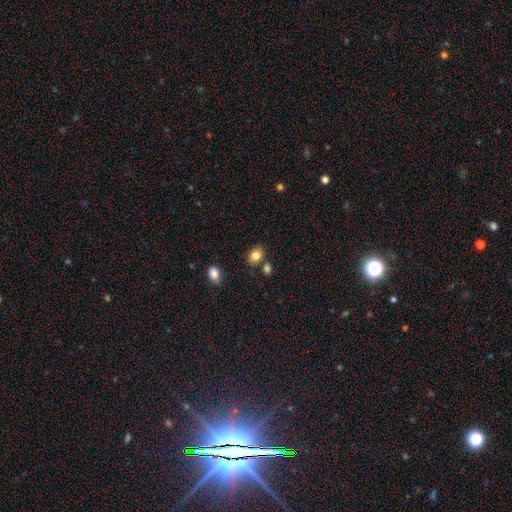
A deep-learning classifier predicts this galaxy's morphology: Smooth or featured? Predicted: smooth (p=0.83). How rounded? Predicted: in between (p=0.57). Merging? Predicted: none (p=0.72).